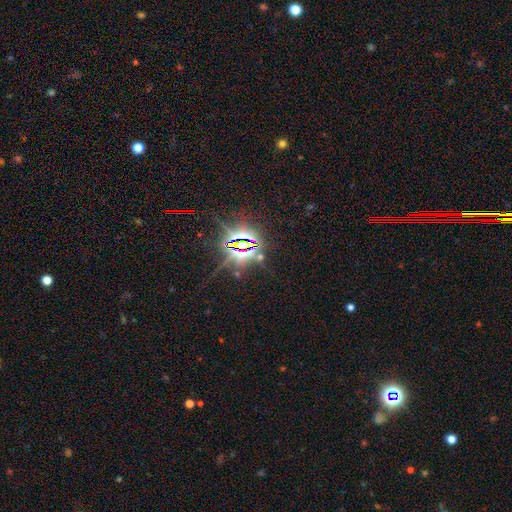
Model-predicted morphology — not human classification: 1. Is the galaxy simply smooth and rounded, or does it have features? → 85% star or artifact, 8% featured or disk, 7% smooth.